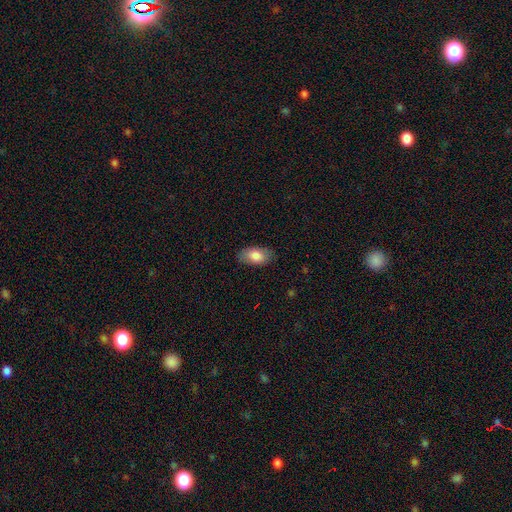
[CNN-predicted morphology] smooth 81%, featured or disk 12%, star or artifact 7%. Down the decision tree: how rounded — in between (93%); merging — none (82%).